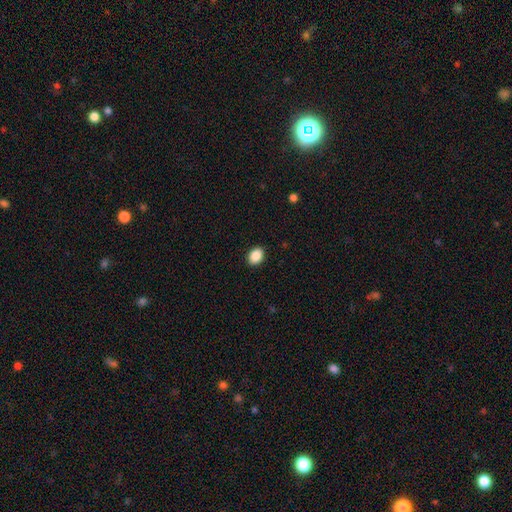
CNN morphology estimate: This appears to be a smooth galaxy with no disk features (89%) that is in between round and cigar-shaped (73%). Merging: none (90%).